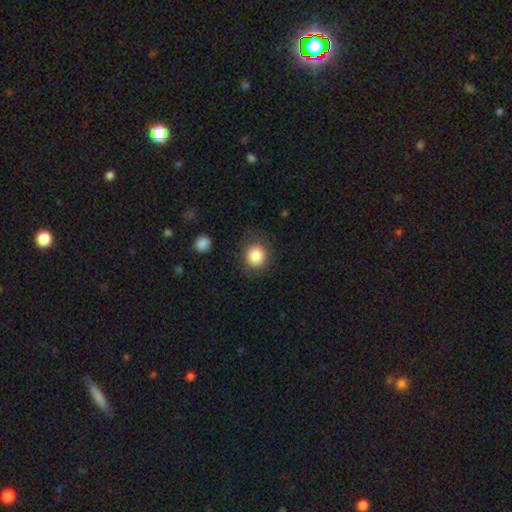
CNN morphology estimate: This is clearly a smooth galaxy (85%). How rounded: clearly round (83%). Merging: clearly none (83%).